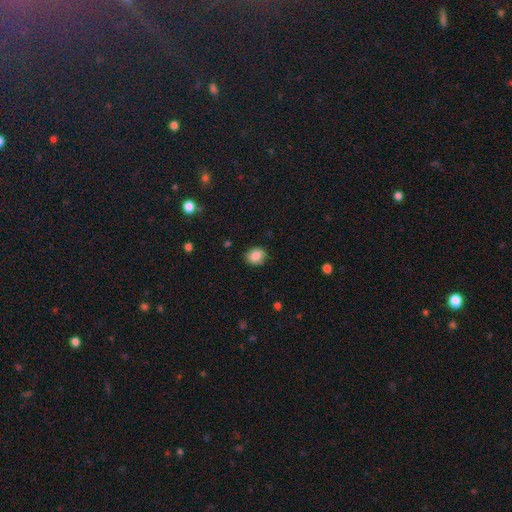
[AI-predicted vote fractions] smooth 86%, star or artifact 9%, featured or disk 5%. Down the decision tree: how rounded — round (58%); merging — none (87%).